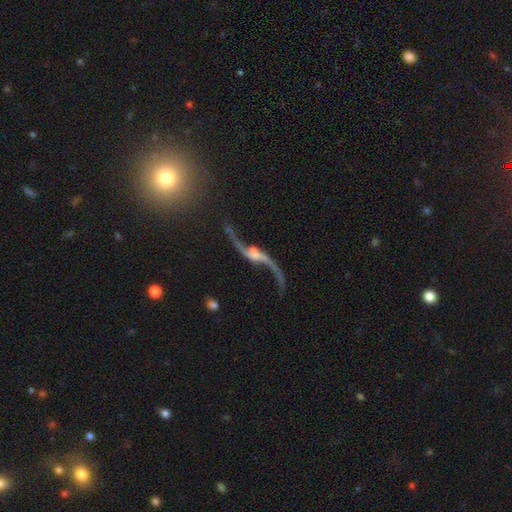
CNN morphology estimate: Smooth or featured? Predicted: featured or disk (p=0.89). Edge-on disk? Predicted: no (p=0.90). Bar? Predicted: no (p=0.50). Spiral arms? Predicted: yes (p=0.96). Spiral winding? Predicted: loose (p=0.96). Spiral arm count? Predicted: 2 (p=0.93). Bulge size? Predicted: small (p=0.50). Merging? Predicted: none (p=0.64).